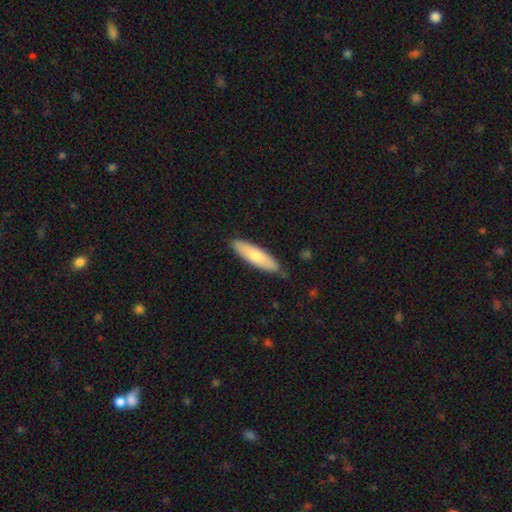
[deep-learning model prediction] This is likely a smooth galaxy (75%). How rounded: likely cigar-shaped (65%). Merging: clearly none (85%).